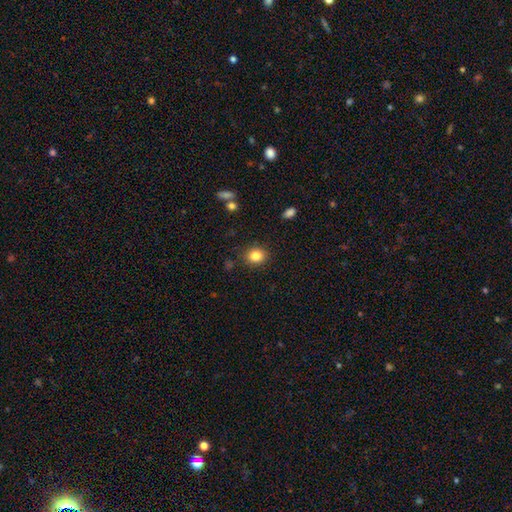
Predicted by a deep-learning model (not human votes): smooth 84%, star or artifact 11%, featured or disk 6%. Down the decision tree: how rounded — round (72%); merging — none (87%).